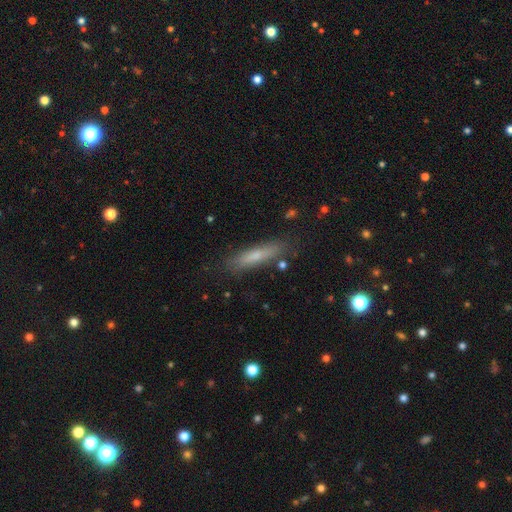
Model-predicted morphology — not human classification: smooth_or_featured: smooth (p=0.64) [alt: featured or disk p=0.28]
how_rounded: cigar-shaped (p=0.83) [alt: in between p=0.15]
merging: none (p=0.81) [alt: minor disturbance p=0.13]